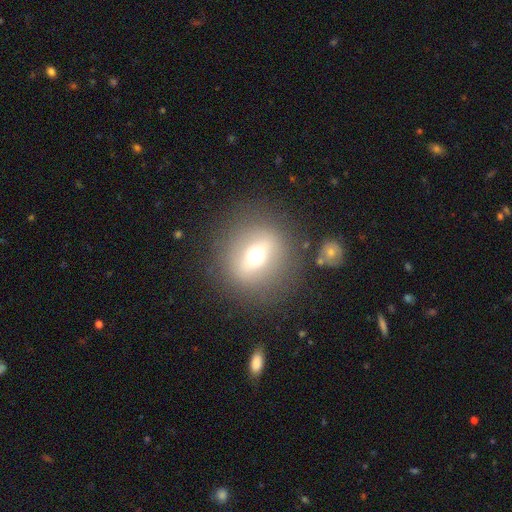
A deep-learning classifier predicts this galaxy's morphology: A smooth galaxy with no disk features (47%).

Vote fractions:
- Smooth or featured? smooth: 47% / featured or disk: 42% / star or artifact: 11%
- Merging? none: 83% / minor disturbance: 9% / major disturbance: 5% / merger: 3%